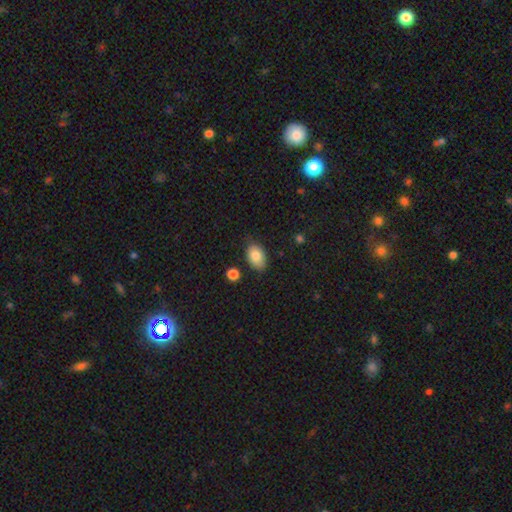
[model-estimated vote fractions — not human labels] Smooth or featured? Predicted: smooth (p=0.83). How rounded? Predicted: in between (p=0.88). Merging? Predicted: none (p=0.76).